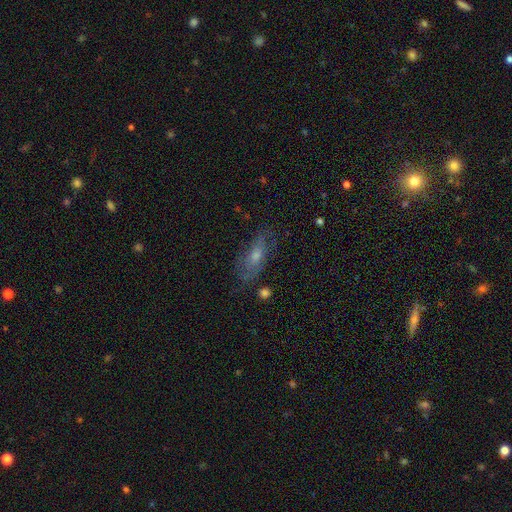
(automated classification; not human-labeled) The model was most divided on "smooth or featured": featured or disk: 49%, smooth: 36%, star or artifact: 15%. More confident: merging — none (70%).